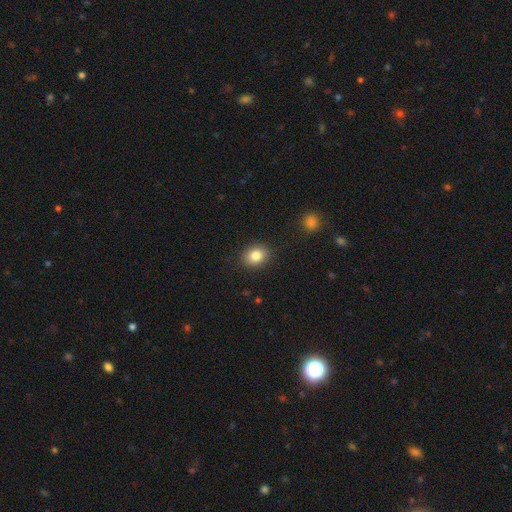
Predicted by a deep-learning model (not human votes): smooth-or-featured: smooth: 84% | star or artifact: 9% | featured or disk: 7%
  how-rounded: in between: 53% | round: 46% | cigar-shaped: 1%
  merging: none: 87% | minor disturbance: 9% | major disturbance: 2% | merger: 1%